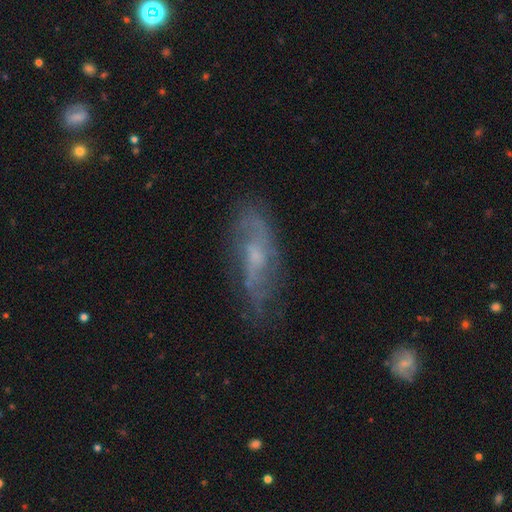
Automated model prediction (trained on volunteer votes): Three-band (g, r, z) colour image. It shows a featured or disk galaxy (71%) with no bar (56%), spiral arms (82%) and a small central bulge (49%). Merging: none (66%).